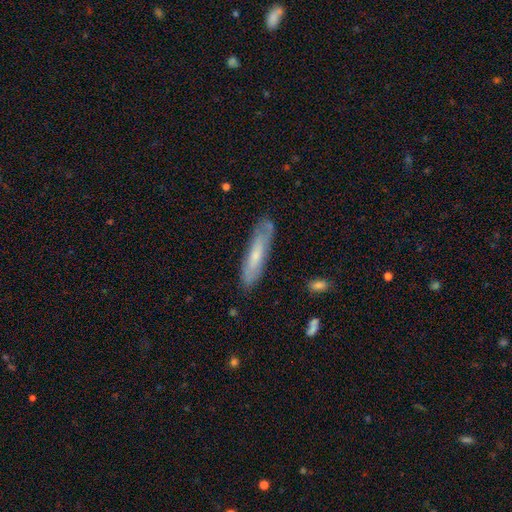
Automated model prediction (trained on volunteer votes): Smooth or featured? Predicted: smooth (p=0.51). How rounded? Predicted: cigar-shaped (p=0.79). Merging? Predicted: none (p=0.76).